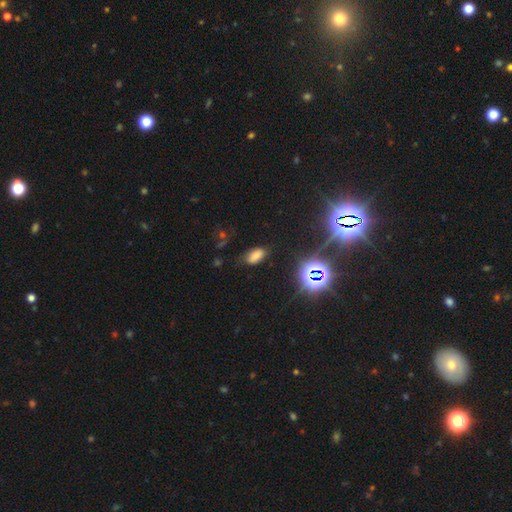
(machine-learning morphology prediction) smooth_or_featured: smooth (p=0.66) [alt: star or artifact p=0.23]
how_rounded: in between (p=0.92) [alt: round p=0.05]
merging: none (p=0.74) [alt: minor disturbance p=0.18]